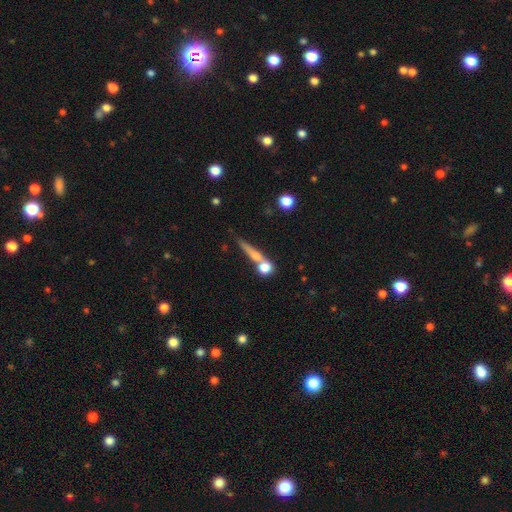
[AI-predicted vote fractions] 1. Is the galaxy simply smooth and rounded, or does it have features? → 57% smooth, 31% featured or disk, 12% star or artifact.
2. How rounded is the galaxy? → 62% cigar-shaped, 25% round, 13% in between.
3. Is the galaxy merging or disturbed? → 52% none, 28% merger, 12% minor disturbance, 8% major disturbance.